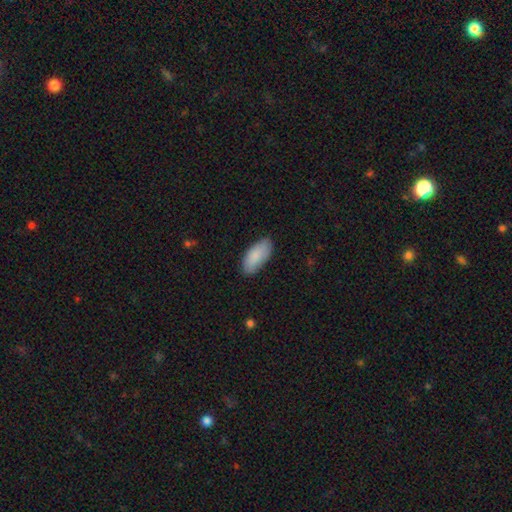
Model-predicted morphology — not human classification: Smooth or featured? smooth (87%)
How rounded? in between (89%)
Merging? none (83%)